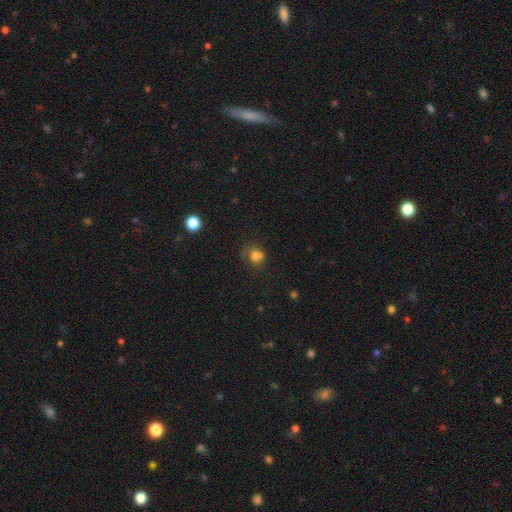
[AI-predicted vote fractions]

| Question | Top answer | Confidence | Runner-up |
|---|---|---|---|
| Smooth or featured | smooth | 72% | star or artifact (15%) |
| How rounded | round | 68% | in between (31%) |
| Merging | none | 42% | minor disturbance (23%) |